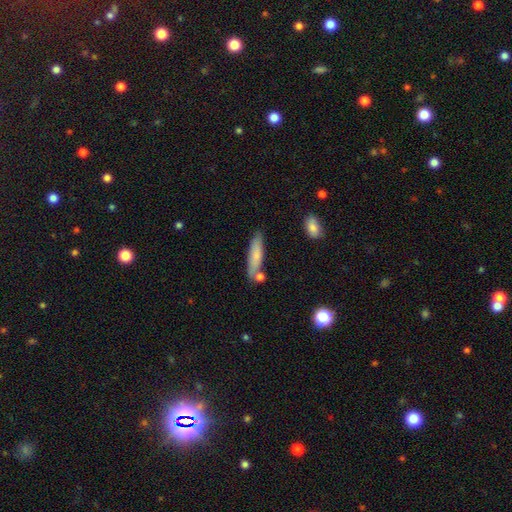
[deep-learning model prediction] Q: Smooth or featured?
A: smooth (76%); runner-up: featured or disk (17%)
Q: How rounded?
A: cigar-shaped (74%); runner-up: in between (24%)
Q: Merging?
A: none (74%); runner-up: minor disturbance (15%)